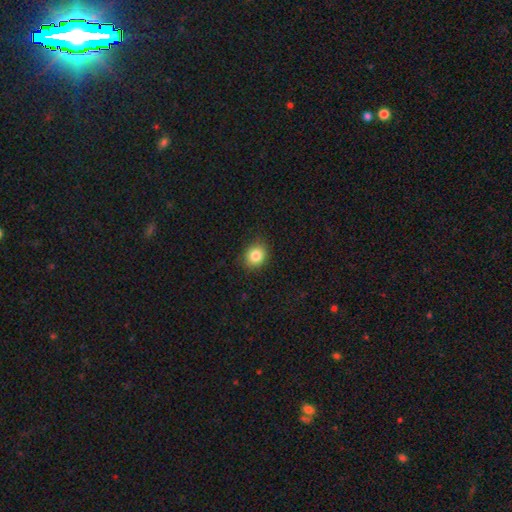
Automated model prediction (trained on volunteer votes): This is clearly a smooth galaxy (85%). How rounded: likely round (67%). Merging: clearly none (85%).